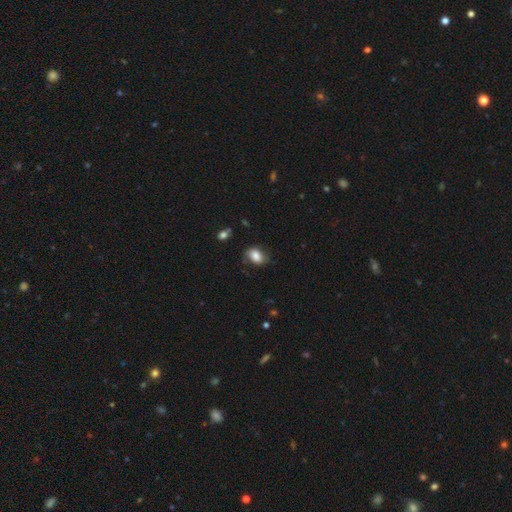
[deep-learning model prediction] Q: Smooth or featured?
A: smooth (76%); runner-up: featured or disk (15%)
Q: How rounded?
A: in between (77%); runner-up: round (22%)
Q: Merging?
A: none (66%); runner-up: minor disturbance (24%)